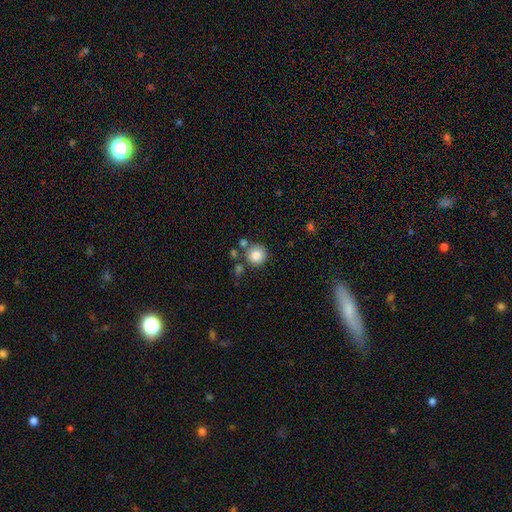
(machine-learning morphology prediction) This is clearly a smooth galaxy (83%). How rounded: clearly round (93%). Merging: likely none (75%).